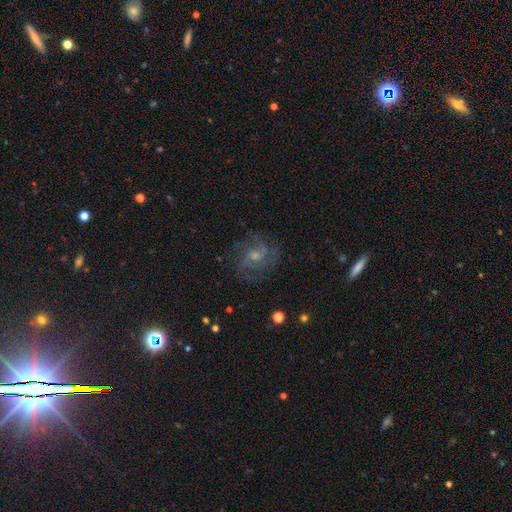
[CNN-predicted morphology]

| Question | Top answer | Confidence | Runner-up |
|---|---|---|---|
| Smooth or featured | featured or disk | 79% | smooth (12%) |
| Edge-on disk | no | 97% | yes (3%) |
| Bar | no | 55% | weak (39%) |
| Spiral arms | yes | 94% | no (6%) |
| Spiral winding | medium | 48% | tight (34%) |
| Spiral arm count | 3 | 29% | can't tell (25%) |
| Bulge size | moderate | 50% | small (40%) |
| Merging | none | 74% | minor disturbance (15%) |